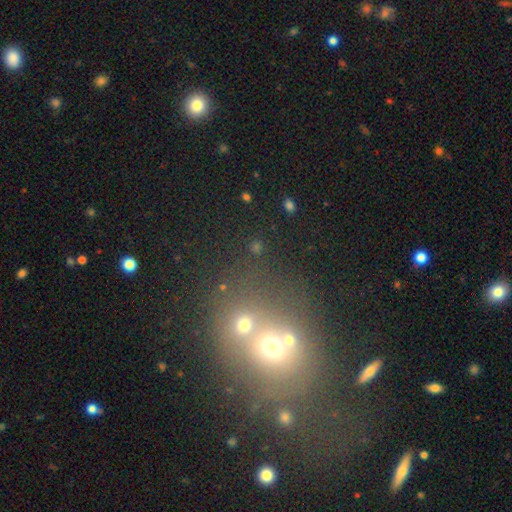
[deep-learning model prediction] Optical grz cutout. It shows a smooth galaxy with no disk features (43%). Merging: merger (43%, tied with none).